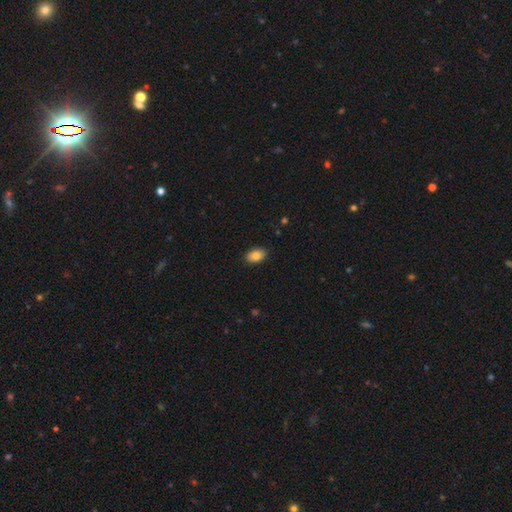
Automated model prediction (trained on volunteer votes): smooth 84%, star or artifact 8%, featured or disk 8%. Down the decision tree: how rounded — in between (86%); merging — none (88%).